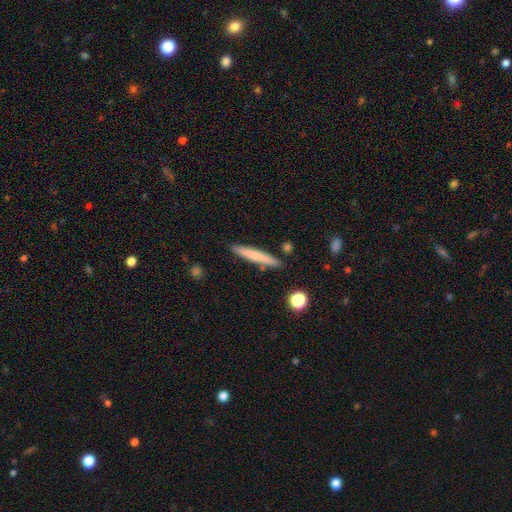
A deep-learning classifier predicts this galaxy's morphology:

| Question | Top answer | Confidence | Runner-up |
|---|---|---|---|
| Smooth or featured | smooth | 68% | featured or disk (26%) |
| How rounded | cigar-shaped | 95% | in between (4%) |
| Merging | none | 87% | minor disturbance (8%) |